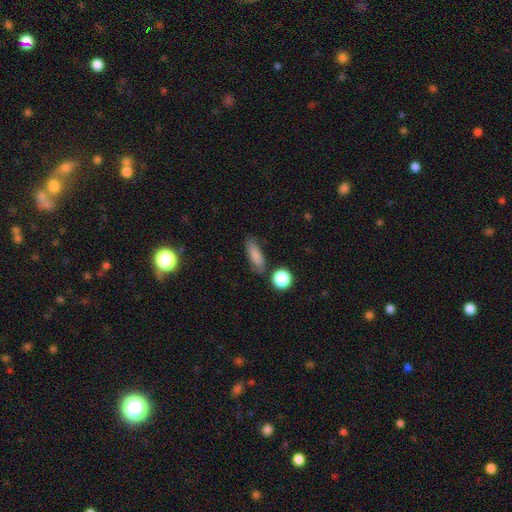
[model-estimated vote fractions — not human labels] smooth-or-featured: smooth: 83% | star or artifact: 9% | featured or disk: 9%
  how-rounded: in between: 66% | cigar-shaped: 28% | round: 6%
  merging: none: 75% | minor disturbance: 16% | merger: 5% | major disturbance: 4%